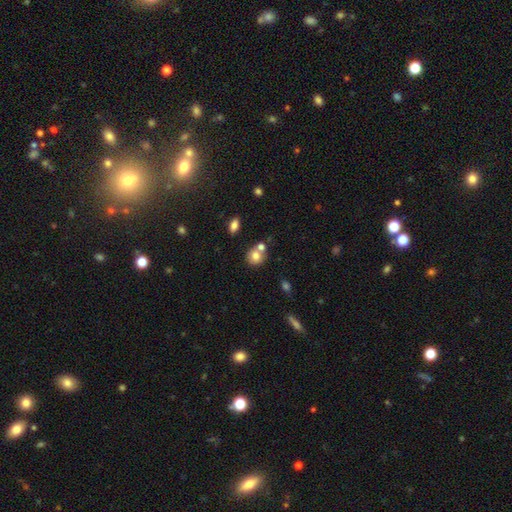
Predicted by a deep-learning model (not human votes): The model was most divided on "merging": none: 54%, merger: 33%, minor disturbance: 10%, major disturbance: 3%. More confident: how rounded — round (78%); smooth or featured — smooth (76%).